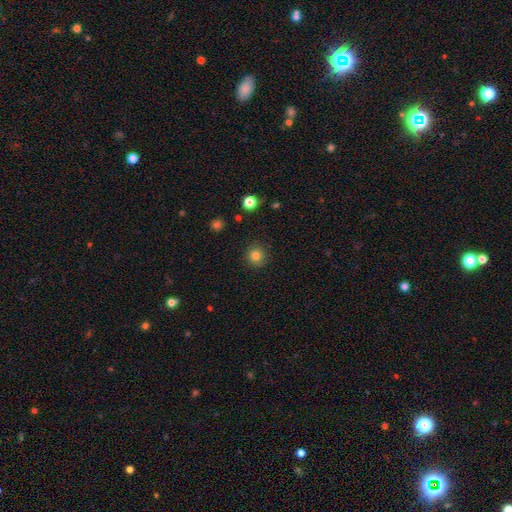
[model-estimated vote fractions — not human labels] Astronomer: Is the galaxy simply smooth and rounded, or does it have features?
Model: smooth — 81%.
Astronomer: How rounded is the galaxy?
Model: round — 93%.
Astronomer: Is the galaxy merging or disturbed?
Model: none — 89%.